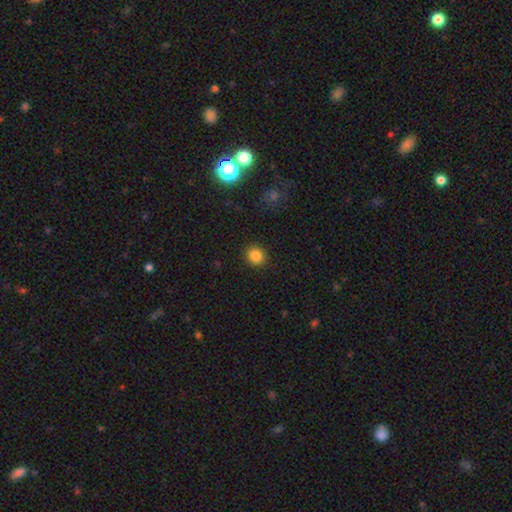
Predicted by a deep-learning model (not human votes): smooth_or_featured: smooth (p=0.84) [alt: star or artifact p=0.11]
how_rounded: round (p=0.87) [alt: in between p=0.12]
merging: none (p=0.91) [alt: minor disturbance p=0.06]